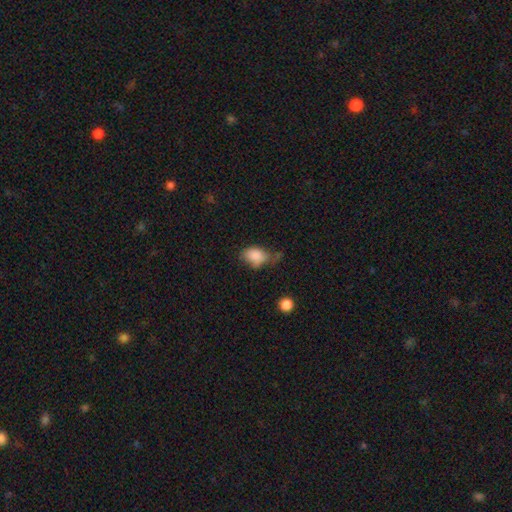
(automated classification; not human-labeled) Q: Smooth or featured?
A: smooth (84%); runner-up: star or artifact (9%)
Q: How rounded?
A: in between (80%); runner-up: round (19%)
Q: Merging?
A: none (39%); runner-up: minor disturbance (37%)